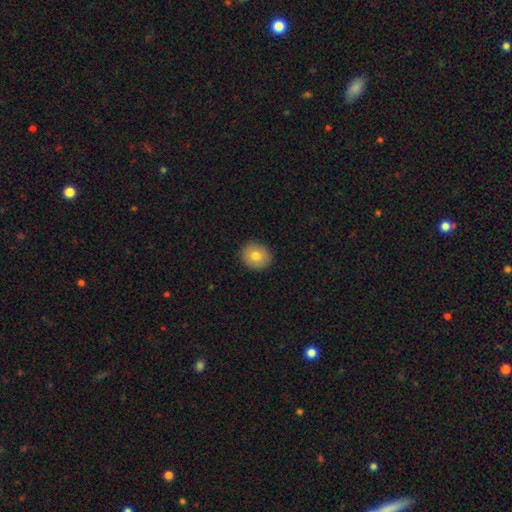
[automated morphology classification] Smooth or featured? Predicted: smooth (p=0.80). How rounded? Predicted: round (p=0.75). Merging? Predicted: none (p=0.90).